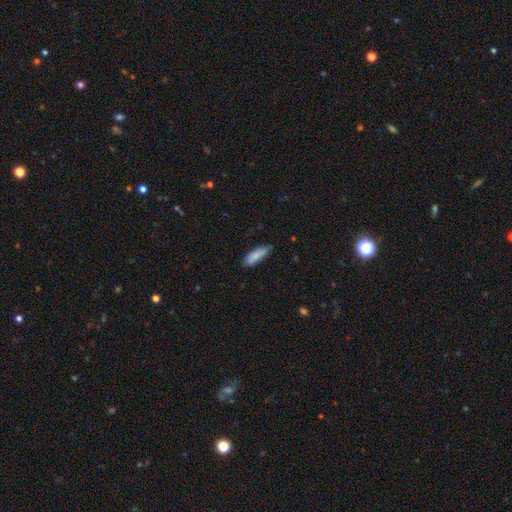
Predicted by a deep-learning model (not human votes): Overall: smooth (85%). How rounded: in between (58%; cigar-shaped 41%). Merging: none (75%).